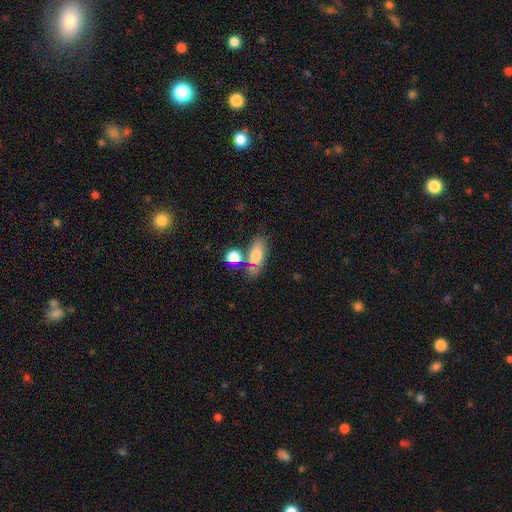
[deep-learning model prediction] smooth 73%, featured or disk 17%, star or artifact 10%. Down the decision tree: how rounded — in between (77%); merging — none (54%).